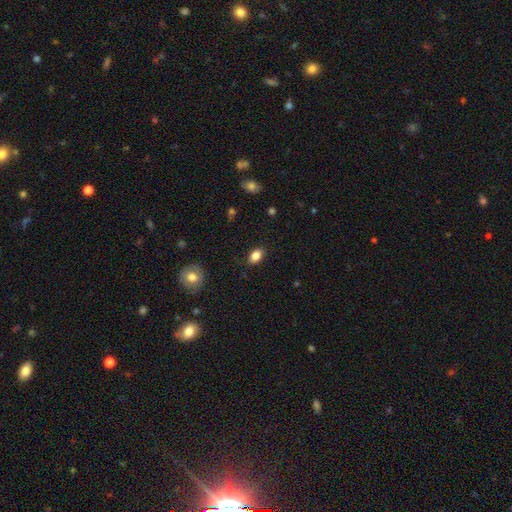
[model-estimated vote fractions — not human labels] Smooth or featured?
  - smooth: 85% *
  - star or artifact: 9%
  - featured or disk: 5%
How rounded?
  - in between: 84% *
  - round: 15%
  - cigar-shaped: 2%
Merging?
  - none: 85% *
  - minor disturbance: 11%
  - major disturbance: 3%
  - merger: 1%